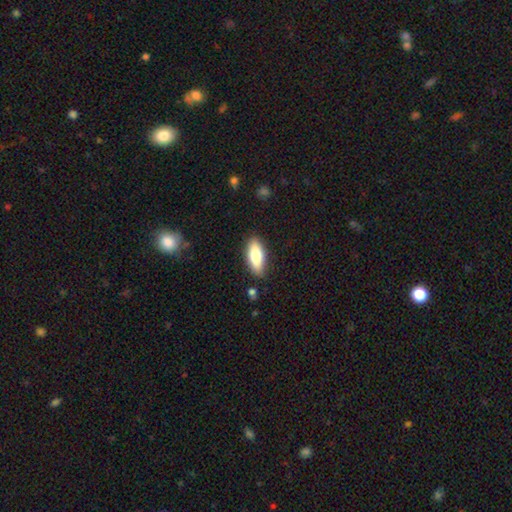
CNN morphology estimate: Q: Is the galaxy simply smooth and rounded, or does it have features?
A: smooth — 81%.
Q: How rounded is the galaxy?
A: in between — 76%.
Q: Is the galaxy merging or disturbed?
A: none — 85%.